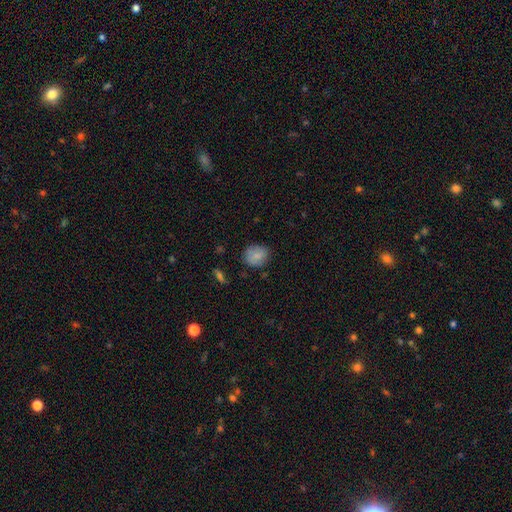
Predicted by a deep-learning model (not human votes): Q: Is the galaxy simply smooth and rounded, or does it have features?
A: smooth — 82%.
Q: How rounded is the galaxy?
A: round — 61%.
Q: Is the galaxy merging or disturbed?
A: none — 74%.